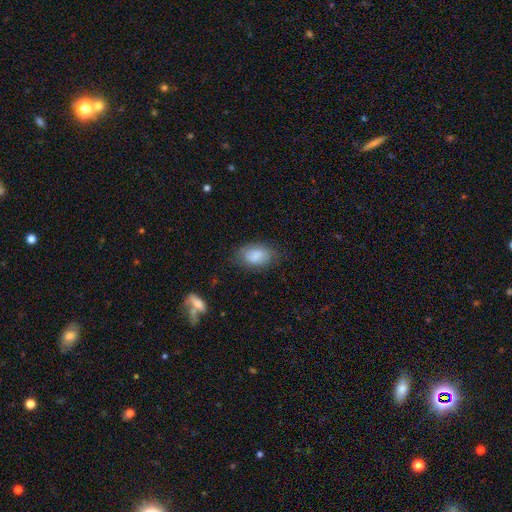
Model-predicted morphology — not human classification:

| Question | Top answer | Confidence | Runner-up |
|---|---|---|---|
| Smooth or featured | smooth | 85% | featured or disk (8%) |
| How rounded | in between | 89% | round (9%) |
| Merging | none | 72% | minor disturbance (20%) |